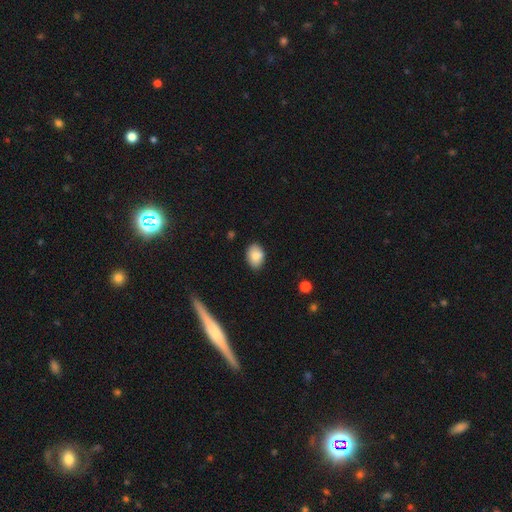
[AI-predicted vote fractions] A smooth galaxy with no disk features (84%) that is in between round and cigar-shaped (80%). Merging: none (83%).